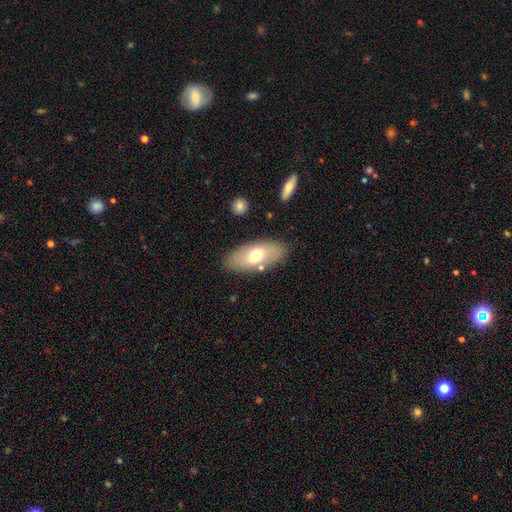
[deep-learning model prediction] Smooth or featured? Predicted: smooth (p=0.65). How rounded? Predicted: in between (p=0.90). Merging? Predicted: none (p=0.82).